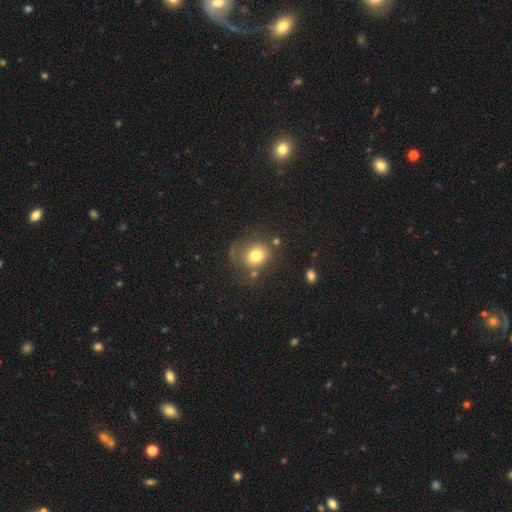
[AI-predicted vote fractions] The model was most divided on "merging": none: 56%, minor disturbance: 22%, major disturbance: 15%, merger: 8%. More confident: smooth or featured — smooth (76%); how rounded — round (68%).